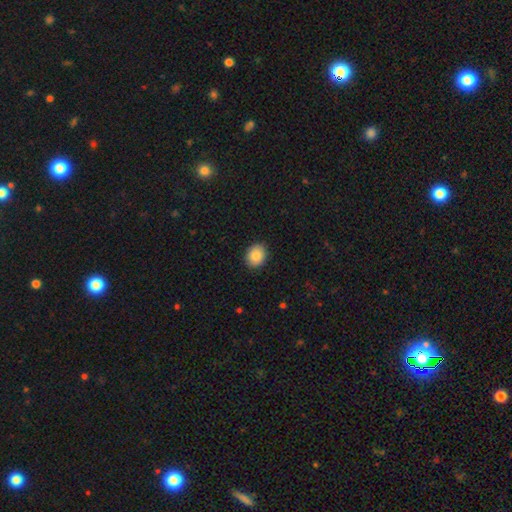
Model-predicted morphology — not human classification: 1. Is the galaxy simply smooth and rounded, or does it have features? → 86% smooth, 8% star or artifact, 6% featured or disk.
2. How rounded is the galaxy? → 50% round, 49% in between, 1% cigar-shaped.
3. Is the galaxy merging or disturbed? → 88% none, 9% minor disturbance, 2% major disturbance, 1% merger.